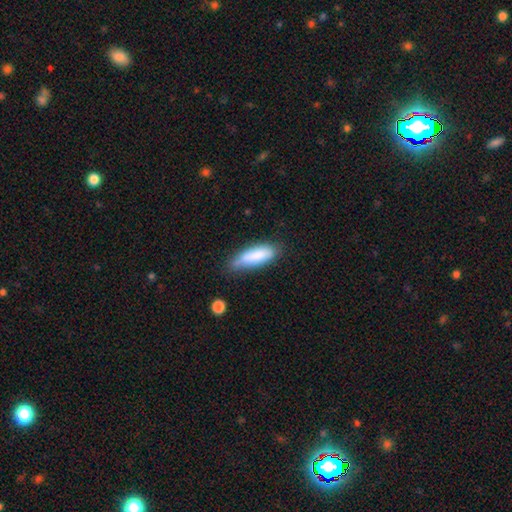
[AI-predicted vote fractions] Smooth or featured: smooth — 83% (featured or disk — 11%)
How rounded: in between — 52% (cigar-shaped — 47%)
Merging: none — 61% (minor disturbance — 28%)